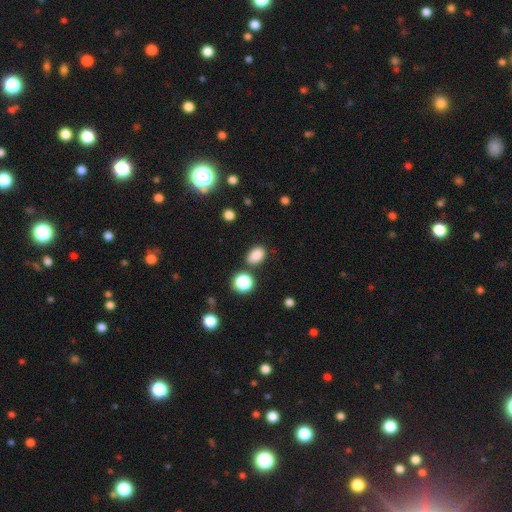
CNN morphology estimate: Q: Smooth or featured?
A: smooth (84%); runner-up: star or artifact (12%)
Q: How rounded?
A: in between (80%); runner-up: round (19%)
Q: Merging?
A: none (79%); runner-up: minor disturbance (12%)